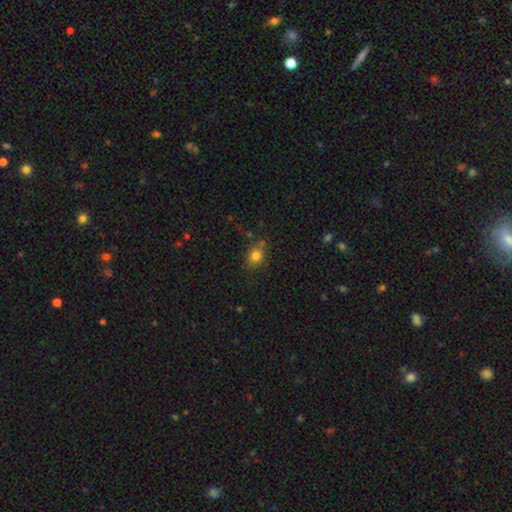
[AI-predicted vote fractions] Smooth or featured?
  - smooth: 79% *
  - star or artifact: 12%
  - featured or disk: 9%
How rounded?
  - round: 49% * (tied)
  - in between: 49% * (tied)
  - cigar-shaped: 2%
Merging?
  - none: 65% *
  - minor disturbance: 22%
  - merger: 7%
  - major disturbance: 6%